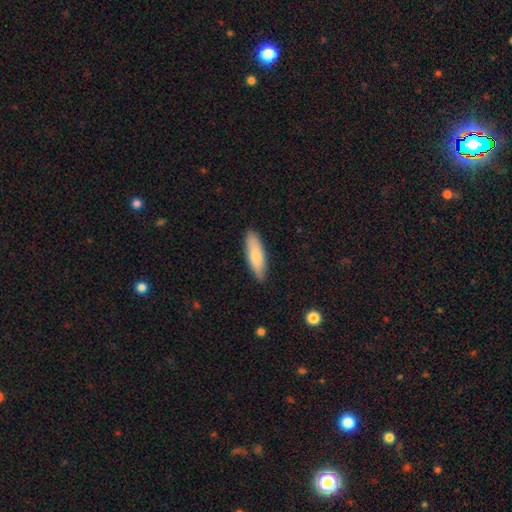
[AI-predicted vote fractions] Smooth or featured? Predicted: smooth (p=0.80). How rounded? Predicted: in between (p=0.50). Merging? Predicted: none (p=0.87).